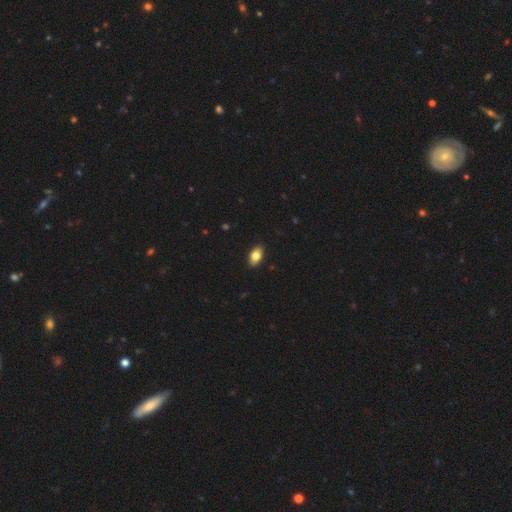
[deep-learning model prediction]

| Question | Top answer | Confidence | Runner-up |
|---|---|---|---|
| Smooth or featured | smooth | 83% | featured or disk (9%) |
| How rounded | in between | 91% | round (6%) |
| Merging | none | 89% | minor disturbance (8%) |